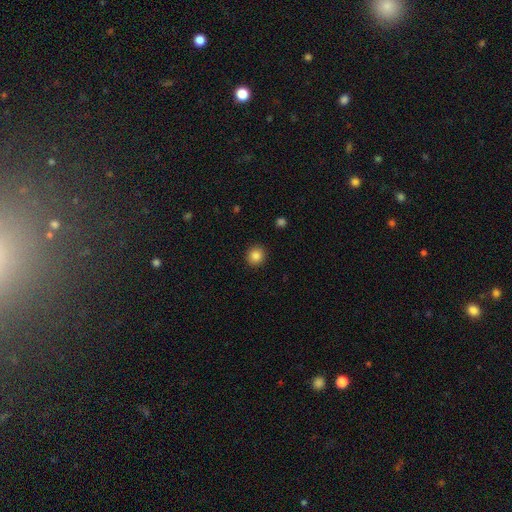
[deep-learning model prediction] A smooth galaxy with no disk features (86%) that is round (90%). Merging: none (92%).